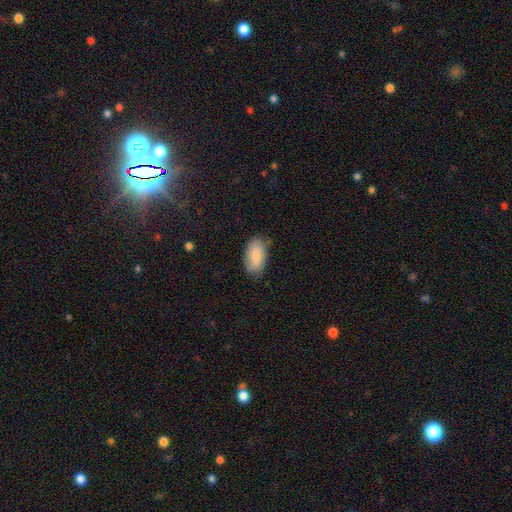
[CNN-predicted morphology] Smooth or featured? smooth (84%)
How rounded? in between (94%)
Merging? none (77%)